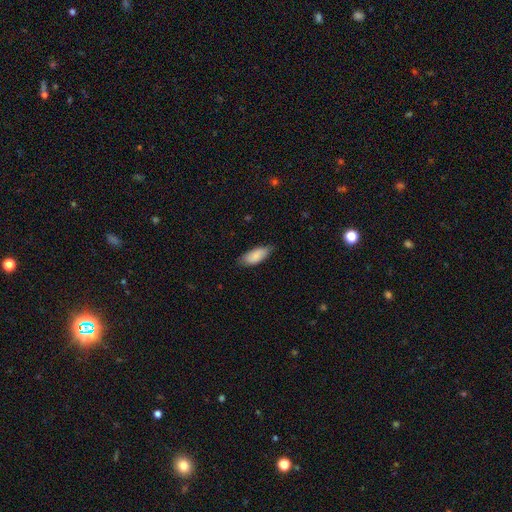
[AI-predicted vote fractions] Overall: smooth (86%). How rounded: in between (84%). Merging: none (76%).